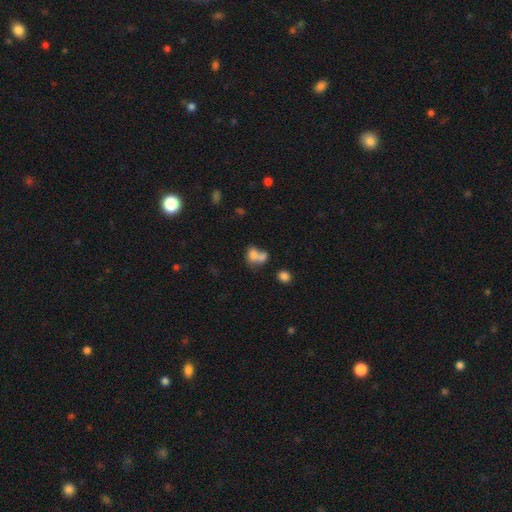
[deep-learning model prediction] smooth_or_featured: smooth (p=0.72) [alt: featured or disk p=0.16]
how_rounded: in between (p=0.59) [alt: round p=0.39]
merging: merger (p=0.63) [alt: none p=0.22]